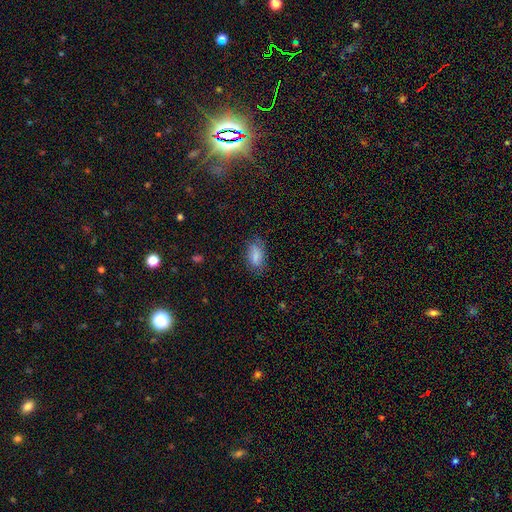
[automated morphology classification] Q: Smooth or featured?
A: smooth (80%); runner-up: featured or disk (12%)
Q: How rounded?
A: in between (89%); runner-up: cigar-shaped (6%)
Q: Merging?
A: none (70%); runner-up: minor disturbance (22%)